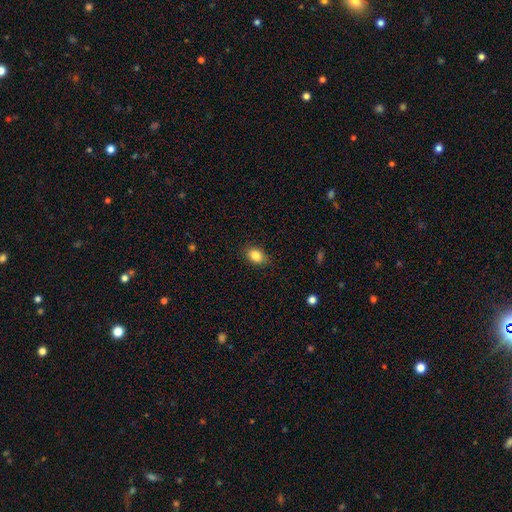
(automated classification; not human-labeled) smooth-or-featured: smooth: 84% | star or artifact: 9% | featured or disk: 7%
  how-rounded: in between: 76% | round: 23% | cigar-shaped: 1%
  merging: none: 85% | minor disturbance: 11% | major disturbance: 2% | merger: 1%